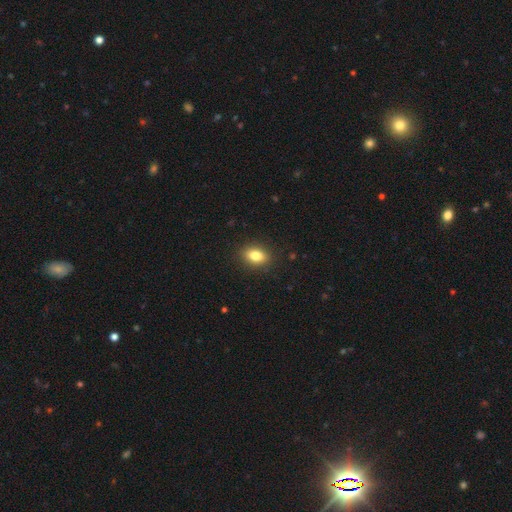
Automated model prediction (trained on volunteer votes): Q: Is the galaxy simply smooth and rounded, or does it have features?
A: smooth — 83%.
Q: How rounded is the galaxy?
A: in between — 80%.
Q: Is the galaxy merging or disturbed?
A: none — 89%.